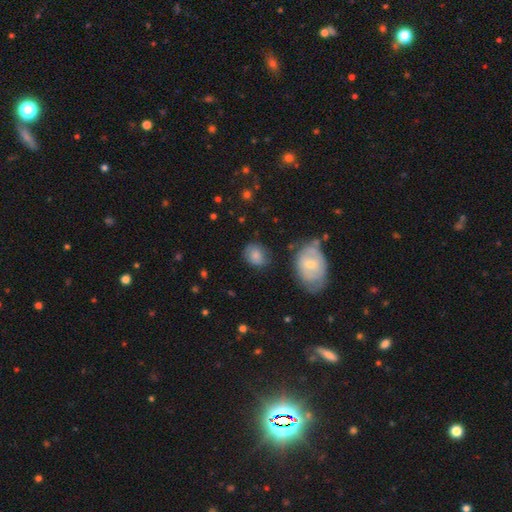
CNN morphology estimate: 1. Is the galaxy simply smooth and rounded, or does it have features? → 76% smooth, 15% featured or disk, 9% star or artifact.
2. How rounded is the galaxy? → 52% round, 46% in between, 1% cigar-shaped.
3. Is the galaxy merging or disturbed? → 69% none, 20% minor disturbance, 6% major disturbance, 4% merger.